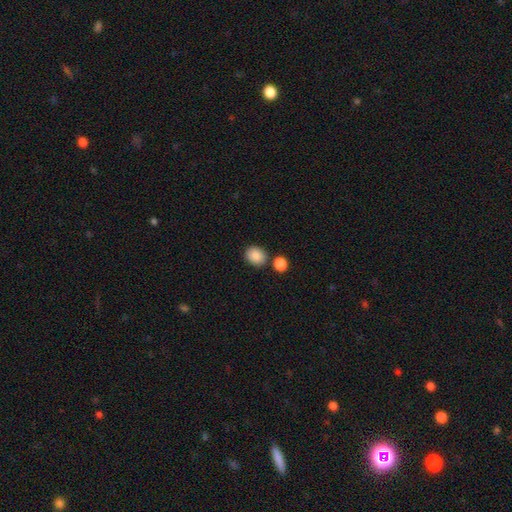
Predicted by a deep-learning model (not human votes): Smooth or featured?
  - smooth: 87% *
  - star or artifact: 9%
  - featured or disk: 4%
How rounded?
  - round: 56% *
  - in between: 43%
  - cigar-shaped: 1%
Merging?
  - none: 79% *
  - minor disturbance: 10%
  - merger: 9%
  - major disturbance: 3%